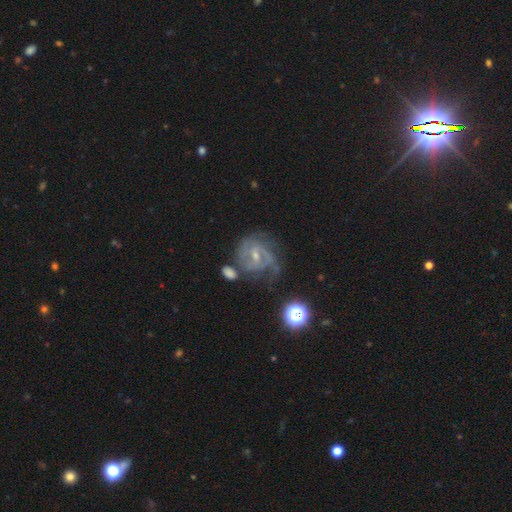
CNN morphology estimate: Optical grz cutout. It shows a featured or disk galaxy (83%) with a weak bar (55%), 2 (47%) tight (50%) spiral arms (93%) and a small central bulge (56%). Merging: none (53%).